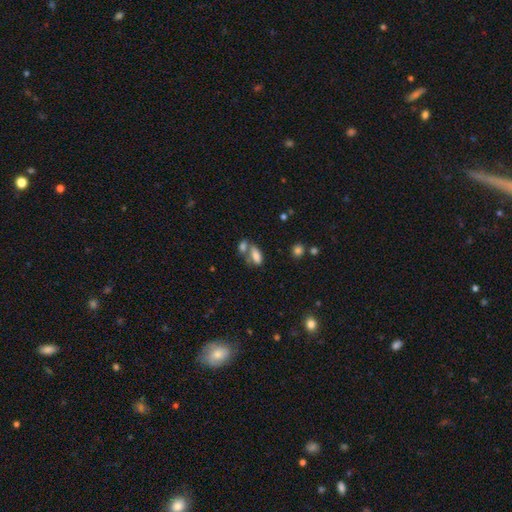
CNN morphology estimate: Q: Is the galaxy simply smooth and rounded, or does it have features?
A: smooth — 78%.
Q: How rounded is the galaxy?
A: in between — 83%.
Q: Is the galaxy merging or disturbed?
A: merger — 44%.